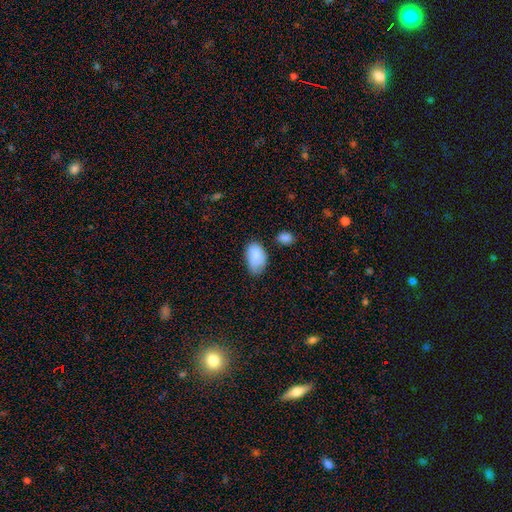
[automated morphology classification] Smooth or featured: smooth — 83% (featured or disk — 10%)
How rounded: in between — 92% (round — 7%)
Merging: none — 53% (minor disturbance — 35%)